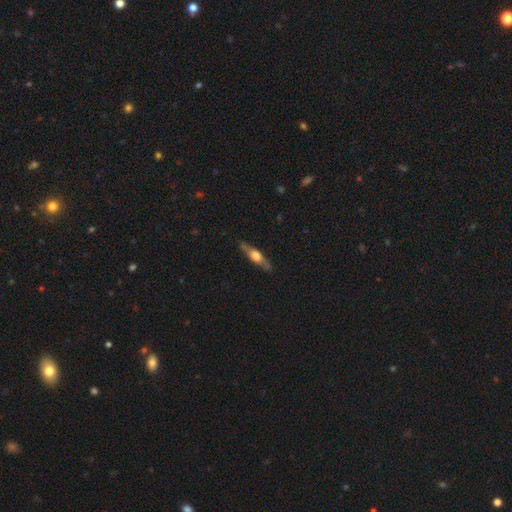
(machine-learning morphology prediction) smooth_or_featured: featured or disk (p=0.57) [alt: smooth p=0.37]
disk_edge_on: yes (p=0.87) [alt: no p=0.13]
merging: none (p=0.81) [alt: minor disturbance p=0.14]